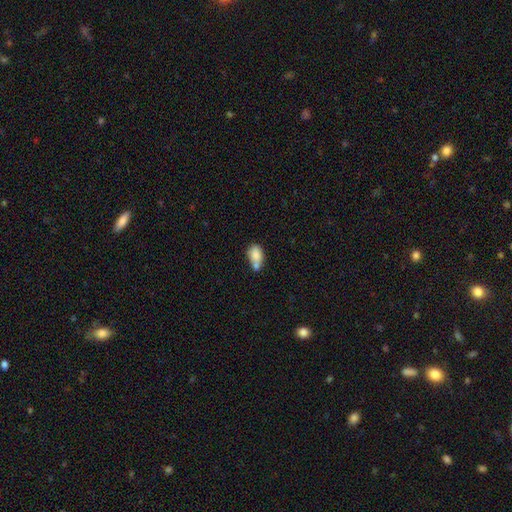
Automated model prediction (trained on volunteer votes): Morphology: type=smooth (80%); roundness=in between (79%); merging=merger (45%).